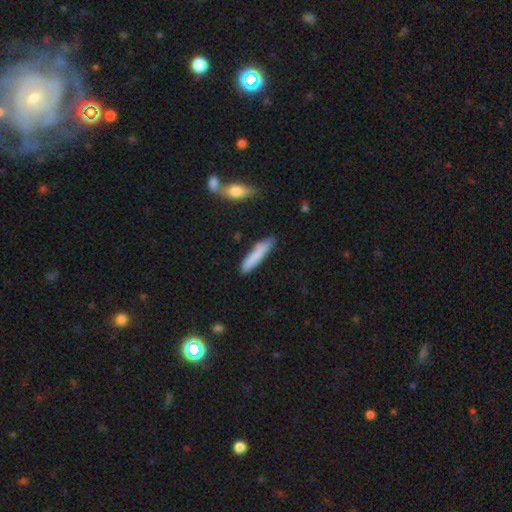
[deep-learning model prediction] This appears to be a smooth galaxy with no disk features (79%) that is cigar-shaped (90%). Merging: none (80%).